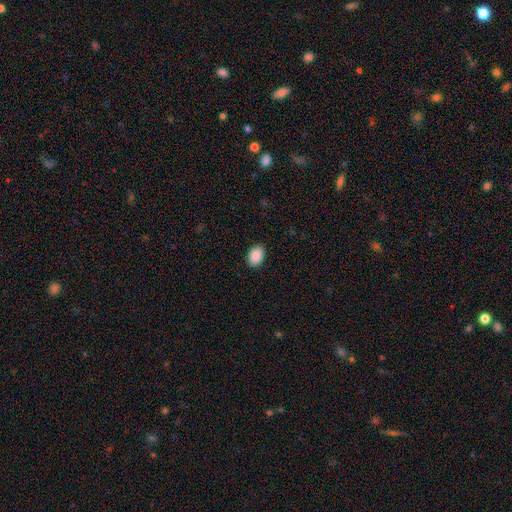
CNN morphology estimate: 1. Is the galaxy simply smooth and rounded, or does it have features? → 90% smooth, 7% star or artifact, 3% featured or disk.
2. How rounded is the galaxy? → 86% in between, 13% round, 1% cigar-shaped.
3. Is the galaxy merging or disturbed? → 89% none, 8% minor disturbance, 2% major disturbance, 1% merger.